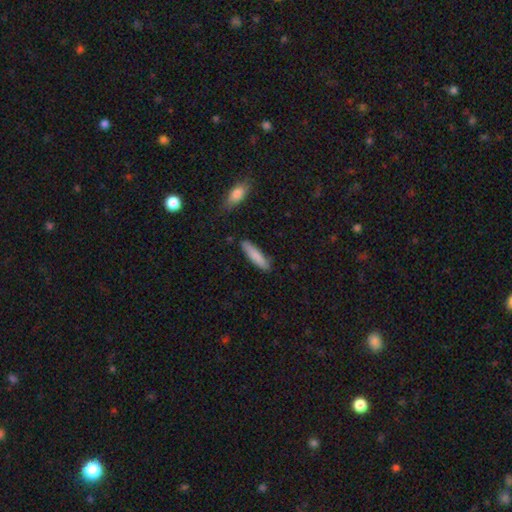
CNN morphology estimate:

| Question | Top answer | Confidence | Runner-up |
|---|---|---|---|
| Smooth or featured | smooth | 83% | featured or disk (11%) |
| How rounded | cigar-shaped | 77% | in between (21%) |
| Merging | none | 85% | minor disturbance (11%) |